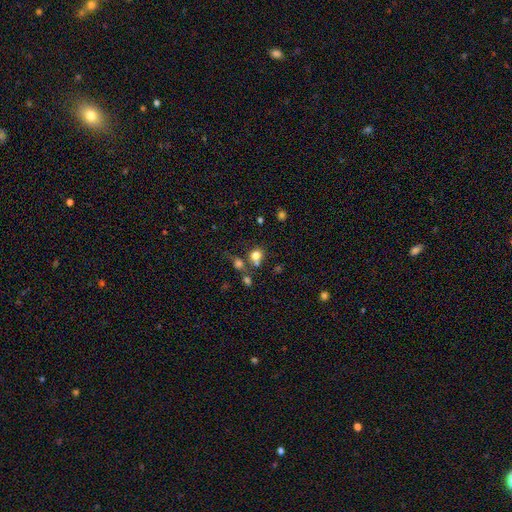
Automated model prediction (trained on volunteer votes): This is likely a smooth galaxy (75%). How rounded: likely round (75%). Merging: possibly none (53%).